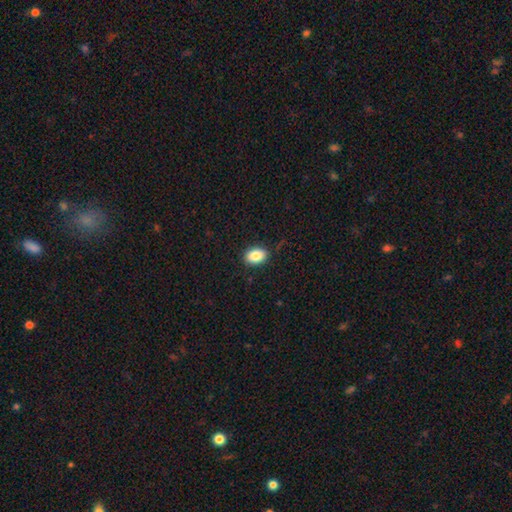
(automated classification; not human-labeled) A smooth galaxy with no disk features (86%) that is in between round and cigar-shaped (81%).

Vote fractions:
- Smooth or featured? smooth: 86% / star or artifact: 8% / featured or disk: 6%
- How rounded? in between: 81% / round: 18% / cigar-shaped: 1%
- Merging? none: 86% / minor disturbance: 10% / major disturbance: 2% / merger: 1%